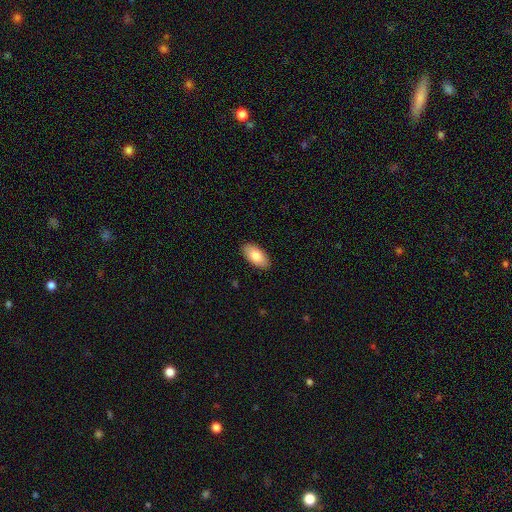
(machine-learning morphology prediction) Q: Smooth or featured?
A: smooth (83%); runner-up: featured or disk (11%)
Q: How rounded?
A: in between (94%); runner-up: cigar-shaped (4%)
Q: Merging?
A: none (89%); runner-up: minor disturbance (9%)